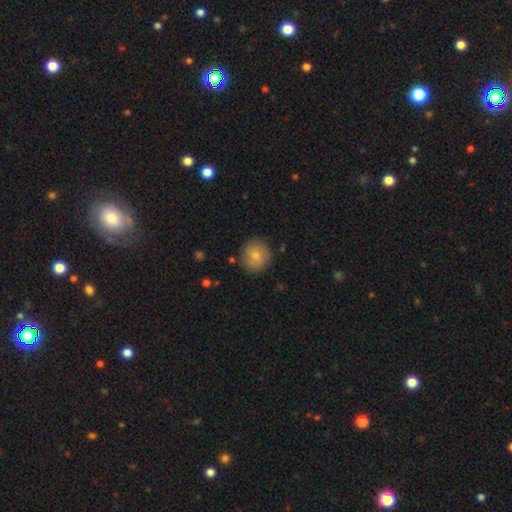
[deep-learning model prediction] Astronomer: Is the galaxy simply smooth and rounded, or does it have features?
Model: smooth — 75%.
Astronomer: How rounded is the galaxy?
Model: round — 92%.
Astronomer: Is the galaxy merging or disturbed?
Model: none — 84%.